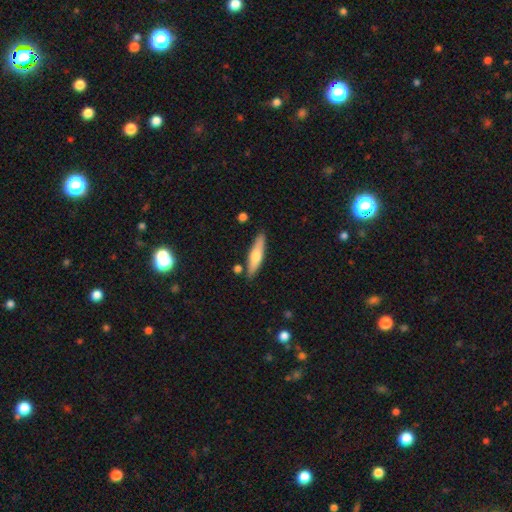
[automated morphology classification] A smooth galaxy with no disk features (56%) that is cigar-shaped (72%). Merging: none (84%).